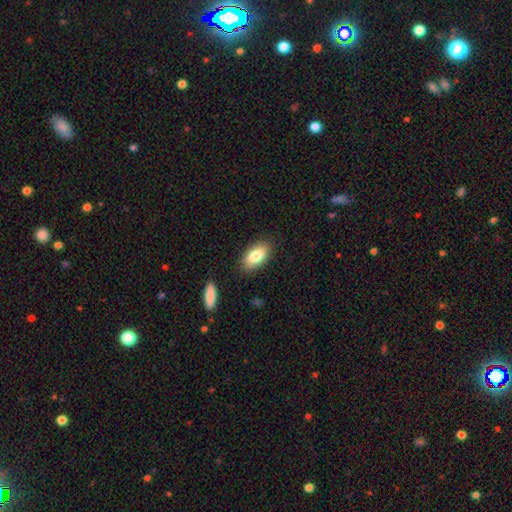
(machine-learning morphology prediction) The model was most divided on "smooth or featured": smooth: 83%, featured or disk: 11%, star or artifact: 7%. More confident: how rounded — in between (91%); merging — none (85%).